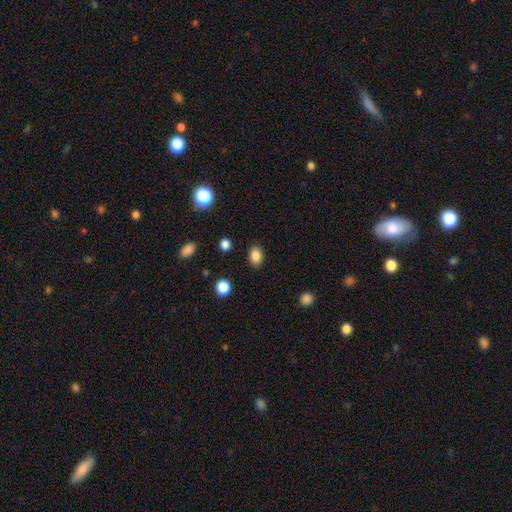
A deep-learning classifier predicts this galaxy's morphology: This appears to be a smooth galaxy with no disk features (86%) that is in between round and cigar-shaped (81%). Merging: none (87%).